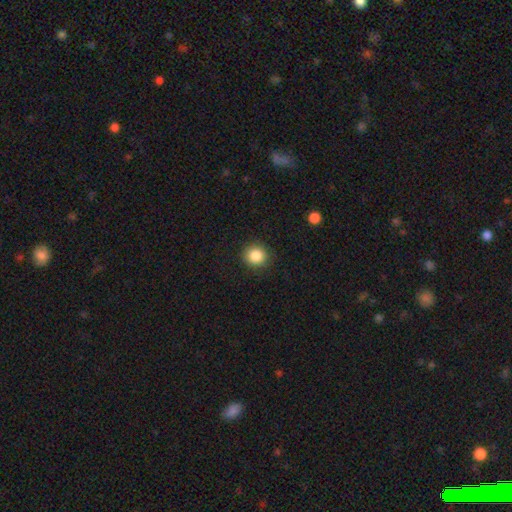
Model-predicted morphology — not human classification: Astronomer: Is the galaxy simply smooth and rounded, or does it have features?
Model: smooth — 86%.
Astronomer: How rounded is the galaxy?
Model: round — 91%.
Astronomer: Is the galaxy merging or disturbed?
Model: none — 90%.